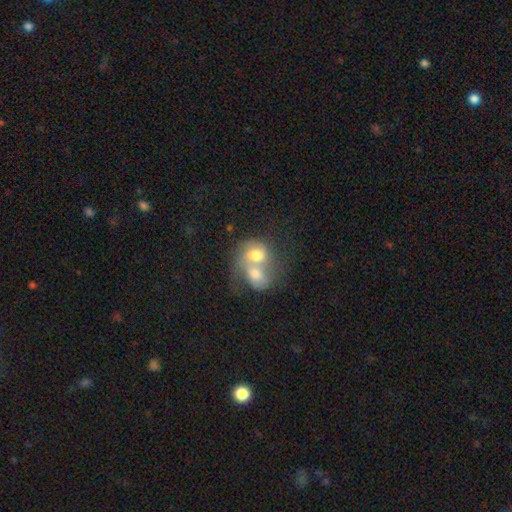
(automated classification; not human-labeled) smooth 58%, featured or disk 35%, star or artifact 8%. Down the decision tree: how rounded — in between (51%); merging — merger (81%).